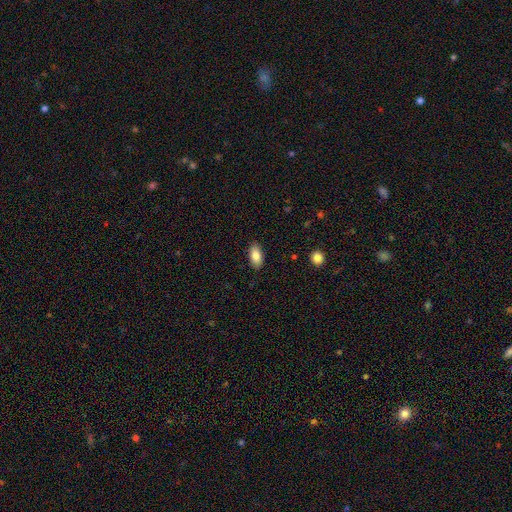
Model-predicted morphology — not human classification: This appears to be a smooth galaxy with no disk features (85%) that is in between round and cigar-shaped (91%). Merging: none (88%).